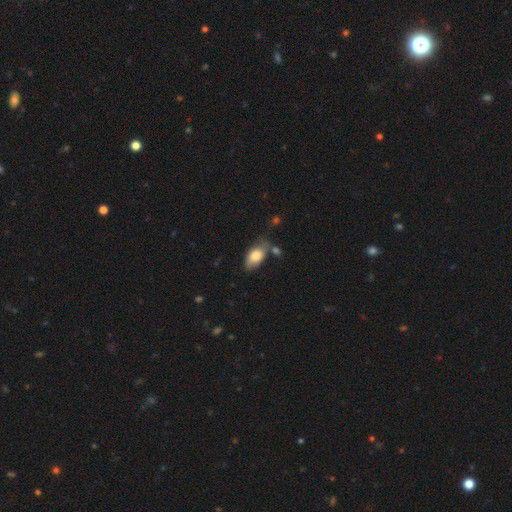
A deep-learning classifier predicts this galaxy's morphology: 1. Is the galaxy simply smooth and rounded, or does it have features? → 78% smooth, 16% featured or disk, 7% star or artifact.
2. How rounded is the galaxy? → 92% in between, 5% round, 3% cigar-shaped.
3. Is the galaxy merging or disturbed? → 56% none, 25% minor disturbance, 13% merger, 7% major disturbance.